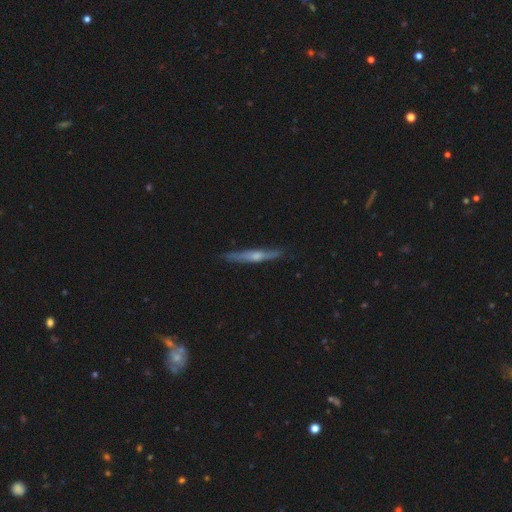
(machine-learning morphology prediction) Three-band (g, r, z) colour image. It shows a featured or disk galaxy (69%) viewed edge-on (96%) with a rounded central bulge (79%). Merging: none (85%).